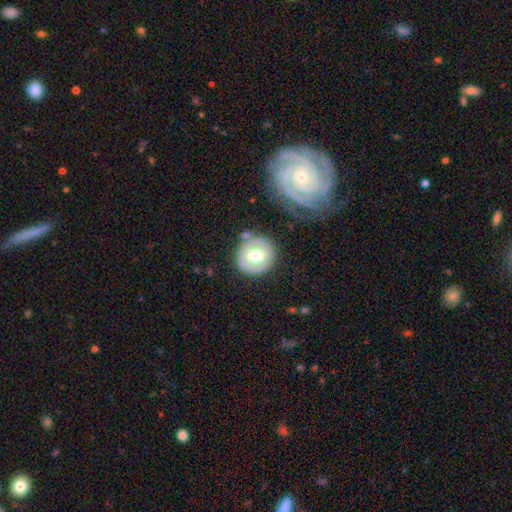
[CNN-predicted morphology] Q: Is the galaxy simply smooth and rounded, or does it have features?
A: smooth — 55%.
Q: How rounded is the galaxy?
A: round — 90%.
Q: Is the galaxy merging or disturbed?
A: none — 78%.